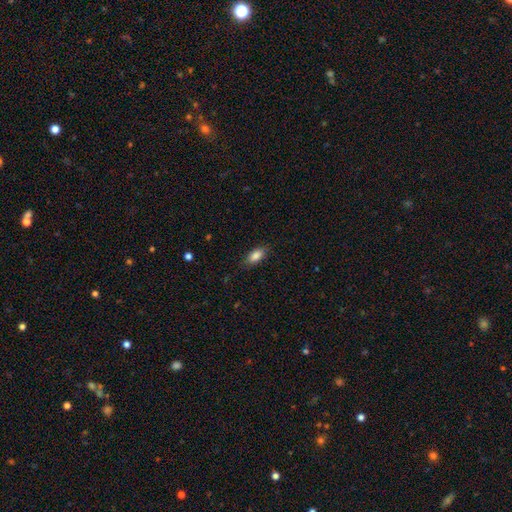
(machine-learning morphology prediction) This is clearly a smooth galaxy (85%). How rounded: clearly in between (87%). Merging: clearly none (82%).